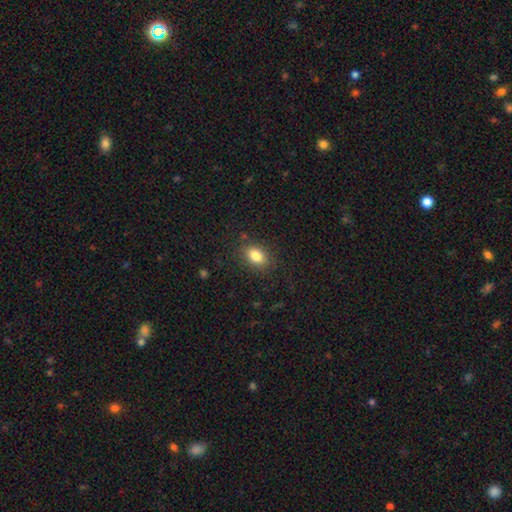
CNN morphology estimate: Smooth or featured? smooth (83%)
How rounded? in between (78%)
Merging? none (84%)